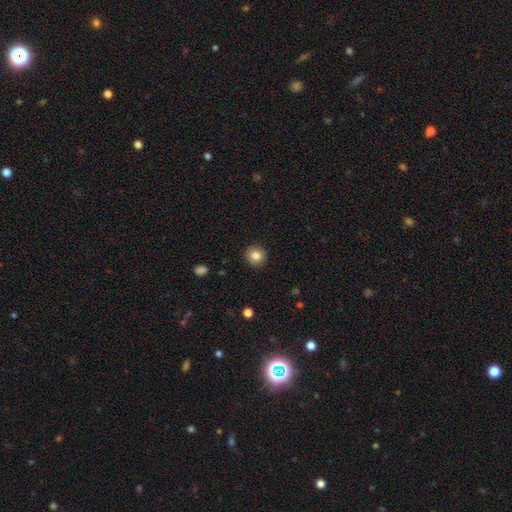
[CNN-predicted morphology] Q: Smooth or featured?
A: smooth (82%); runner-up: star or artifact (9%)
Q: How rounded?
A: round (91%); runner-up: in between (8%)
Q: Merging?
A: none (91%); runner-up: minor disturbance (6%)